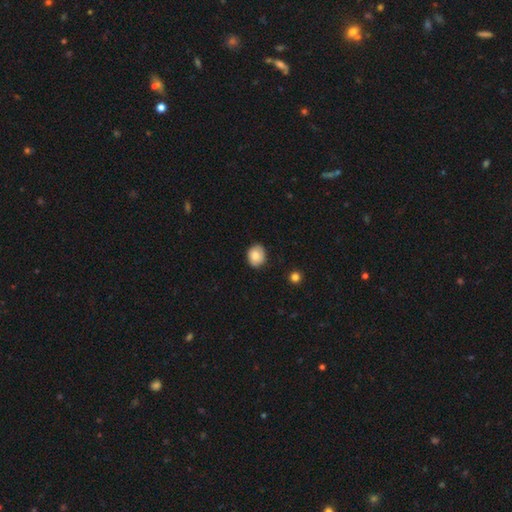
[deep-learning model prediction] smooth-or-featured: smooth: 80% | featured or disk: 12% | star or artifact: 8%
  how-rounded: round: 58% | in between: 41% | cigar-shaped: 1%
  merging: none: 82% | minor disturbance: 14% | major disturbance: 3% | merger: 1%